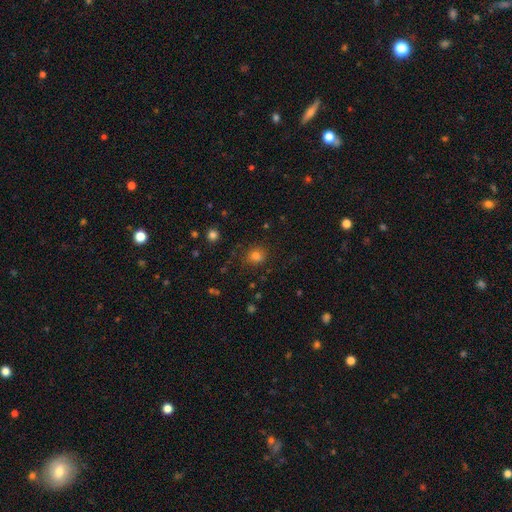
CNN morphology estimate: This is likely a smooth galaxy (79%). How rounded: likely round (74%). Merging: likely none (78%).